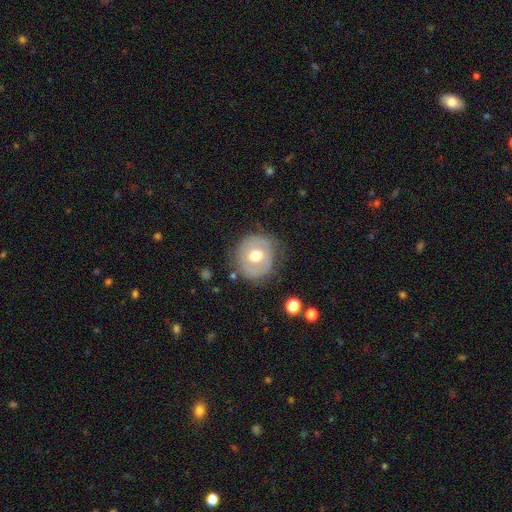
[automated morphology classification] Smooth or featured: smooth — 47% (featured or disk — 46%)
Merging: none — 73% (minor disturbance — 18%)